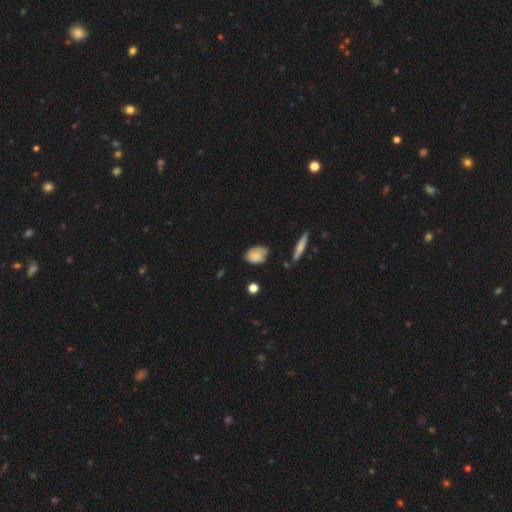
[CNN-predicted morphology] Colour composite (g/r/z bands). It shows a smooth galaxy with no disk features (71%) that is in between round and cigar-shaped (76%). Merging: none (55%).